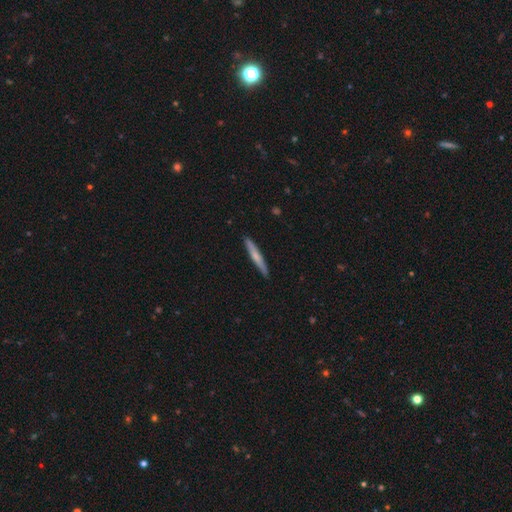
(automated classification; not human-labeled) Smooth or featured?
  - smooth: 59% *
  - featured or disk: 36%
  - star or artifact: 5%
How rounded?
  - cigar-shaped: 95% *
  - in between: 3%
  - round: 1%
Merging?
  - none: 91% *
  - minor disturbance: 7%
  - major disturbance: 1%
  - merger: 1%